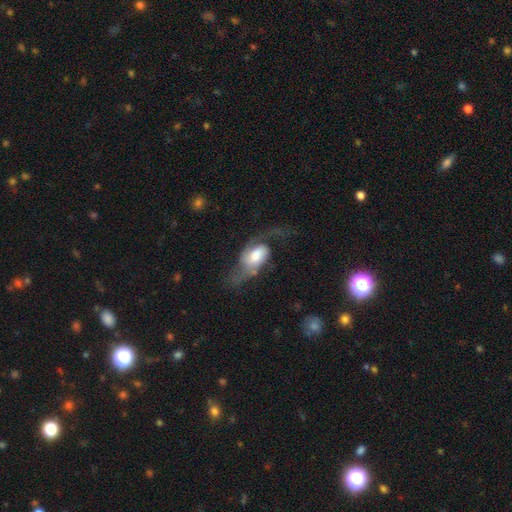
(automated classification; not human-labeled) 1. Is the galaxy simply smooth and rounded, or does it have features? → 68% featured or disk, 26% smooth, 6% star or artifact.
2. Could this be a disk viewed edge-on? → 94% no, 6% yes.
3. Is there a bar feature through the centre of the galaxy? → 55% no, 35% weak, 11% strong.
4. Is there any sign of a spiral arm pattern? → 90% yes, 10% no.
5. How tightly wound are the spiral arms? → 65% loose, 28% medium, 7% tight.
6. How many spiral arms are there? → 80% 2, 11% 1, 4% can't tell, 2% 3, 1% 4, 1% more than 4.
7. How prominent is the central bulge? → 45% large, 25% moderate, 14% dominant, 9% small, 7% none.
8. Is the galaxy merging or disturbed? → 40% major disturbance, 37% none, 20% minor disturbance, 3% merger.